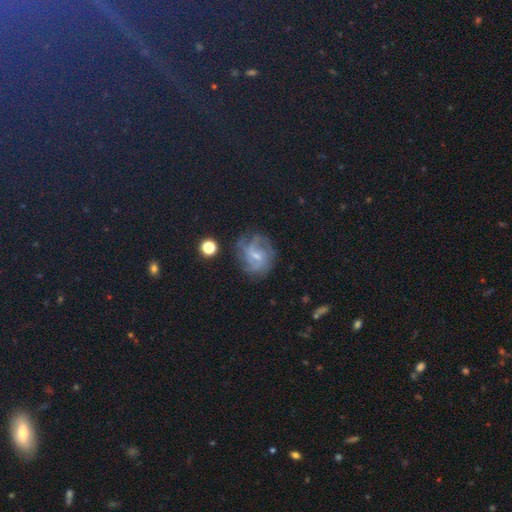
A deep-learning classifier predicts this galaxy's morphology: Overall: featured or disk (68%). Edge-on disk: no (98%). Bar: weak (54%; no 34%). Spiral arms: yes (89%). Spiral arm count: can't tell (35%; 2 23%). Spiral winding: medium (44%; tight 37%). Bulge size: small (61%; moderate 27%). Merging: none (67%).